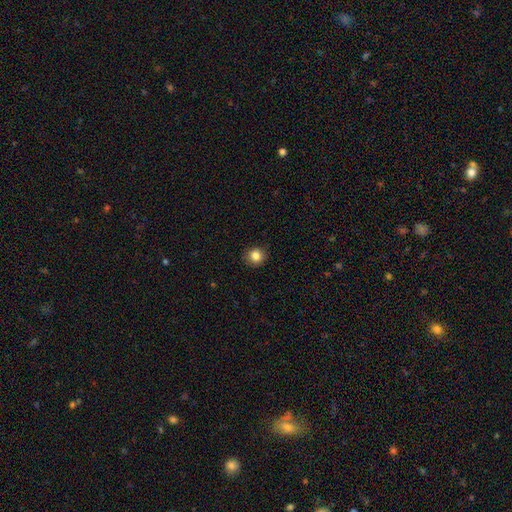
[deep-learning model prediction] A smooth galaxy with no disk features (84%) that is round (89%). Merging: none (89%).